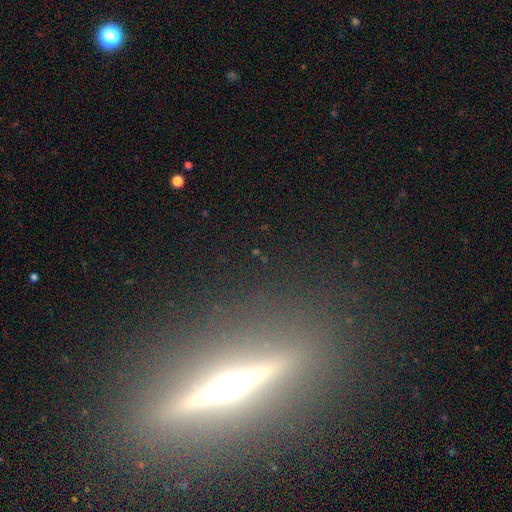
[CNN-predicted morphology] featured or disk 80%, smooth 10%, star or artifact 10%. Down the decision tree: edge-on disk — yes (96%); edge-on bulge — rounded (81%); merging — none (90%).